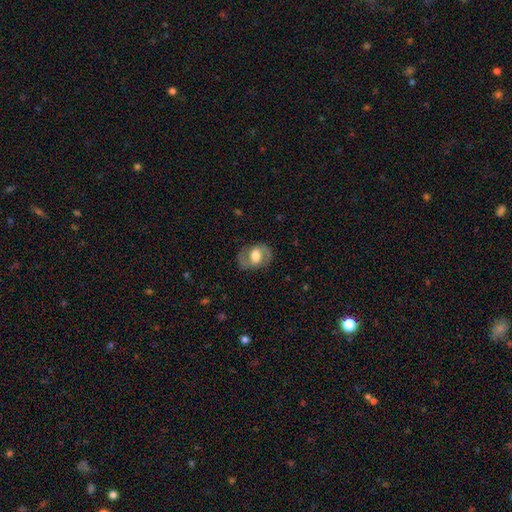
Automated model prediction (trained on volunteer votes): smooth-or-featured: featured or disk: 56% | smooth: 37% | star or artifact: 7%
  disk-edge-on: no: 95% | yes: 5%
    bar: no: 44% | weak: 39% | strong: 16%
    has-spiral-arms: yes: 69% | no: 31%
    bulge-size: moderate: 45% | large: 42% | small: 7% | dominant: 4% | none: 2%
  merging: none: 77% | minor disturbance: 15% | major disturbance: 7% | merger: 1%